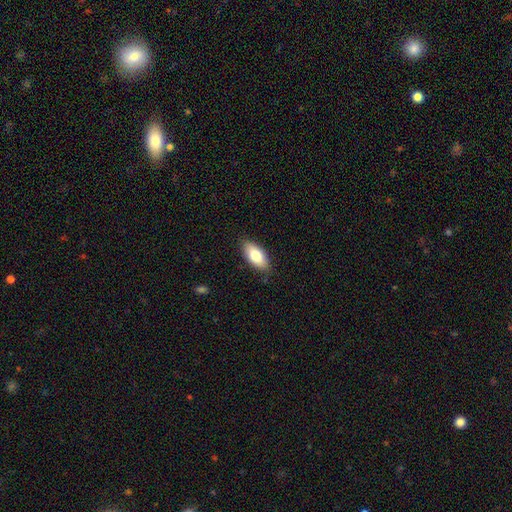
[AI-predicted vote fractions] smooth-or-featured: smooth: 79% | featured or disk: 15% | star or artifact: 6%
  how-rounded: in between: 89% | cigar-shaped: 8% | round: 3%
  merging: none: 85% | minor disturbance: 12% | major disturbance: 2% | merger: 1%